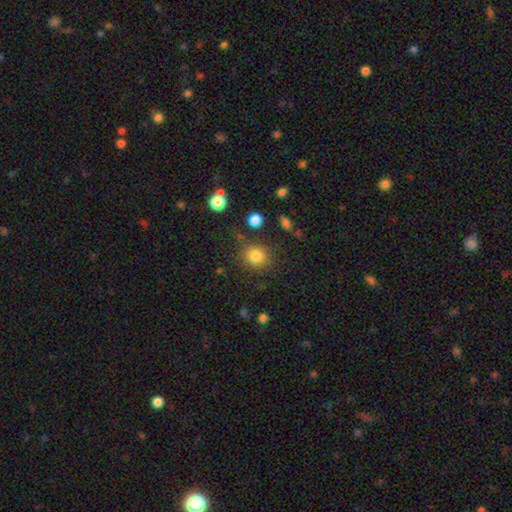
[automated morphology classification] The model was most divided on "how rounded": round: 79%, in between: 20%, cigar-shaped: 1%. More confident: smooth or featured — smooth (82%); merging — none (81%).